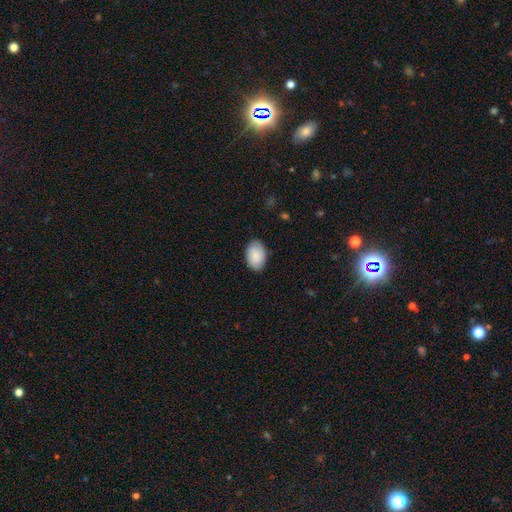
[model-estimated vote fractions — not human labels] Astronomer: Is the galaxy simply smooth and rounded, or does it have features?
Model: smooth — 83%.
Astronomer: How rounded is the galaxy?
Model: in between — 88%.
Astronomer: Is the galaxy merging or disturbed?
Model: none — 85%.